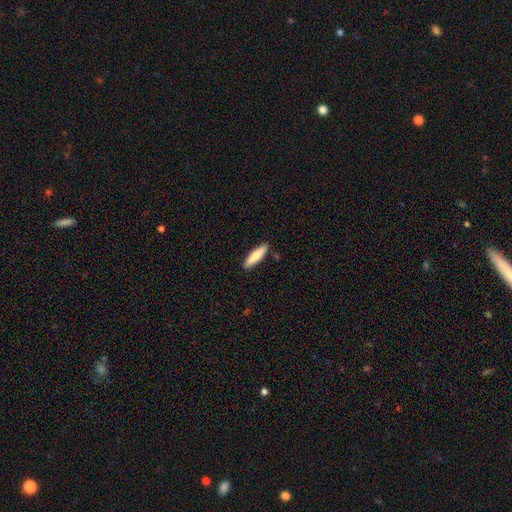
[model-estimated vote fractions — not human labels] smooth_or_featured: smooth (p=0.78) [alt: featured or disk p=0.17]
how_rounded: cigar-shaped (p=0.72) [alt: in between p=0.27]
merging: none (p=0.89) [alt: minor disturbance p=0.08]